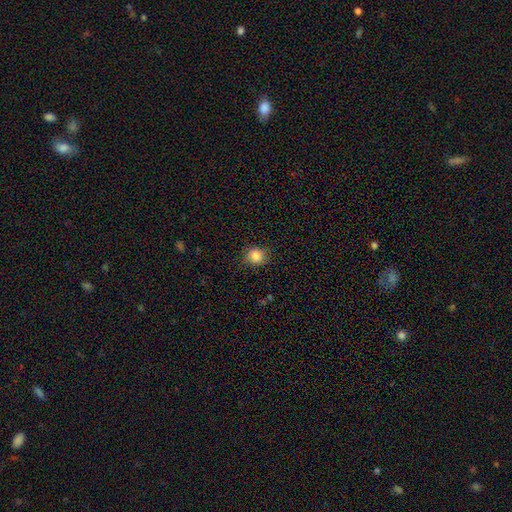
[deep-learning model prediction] smooth_or_featured: smooth (p=0.84) [alt: star or artifact p=0.11]
how_rounded: round (p=0.79) [alt: in between p=0.20]
merging: none (p=0.81) [alt: minor disturbance p=0.15]